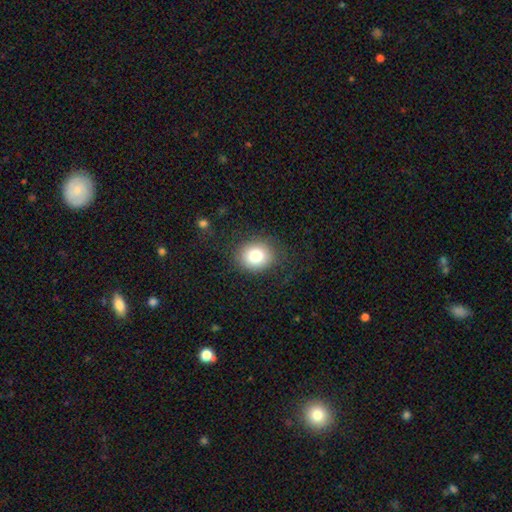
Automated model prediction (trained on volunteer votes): Smooth or featured?
  - smooth: 80% *
  - star or artifact: 10%
  - featured or disk: 10%
How rounded?
  - round: 73% *
  - in between: 26%
  - cigar-shaped: 1%
Merging?
  - none: 84% *
  - minor disturbance: 10%
  - major disturbance: 5%
  - merger: 1%